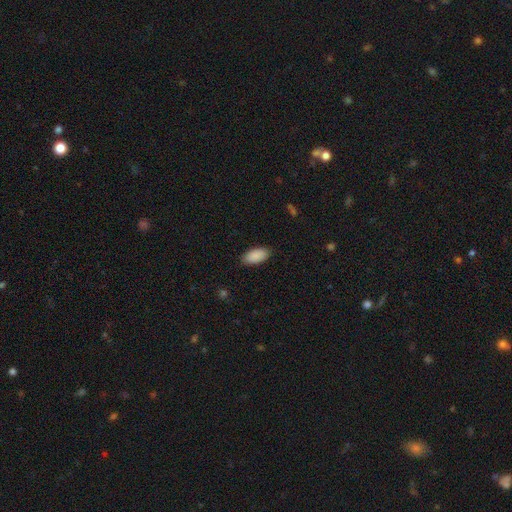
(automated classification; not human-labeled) Overall: smooth (90%). How rounded: in between (94%). Merging: none (87%).